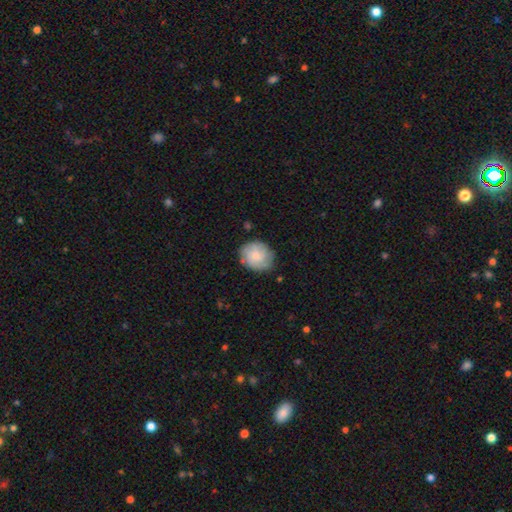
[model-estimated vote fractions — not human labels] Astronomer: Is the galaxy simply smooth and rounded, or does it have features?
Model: smooth — 61%.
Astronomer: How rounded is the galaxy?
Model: round — 70%.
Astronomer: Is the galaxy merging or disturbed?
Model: none — 74%.